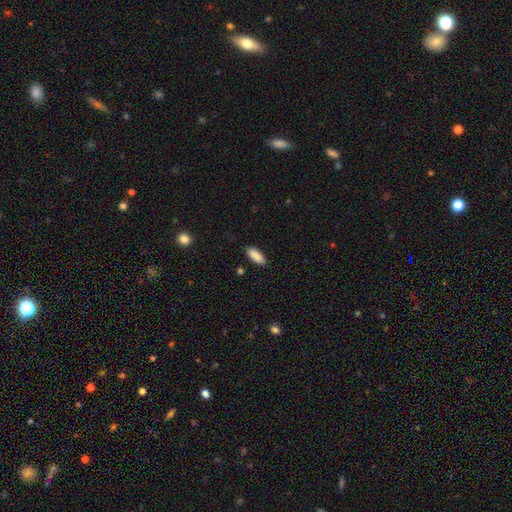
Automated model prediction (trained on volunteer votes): This is clearly a smooth galaxy (90%). How rounded: likely in between (76%). Merging: clearly none (86%).